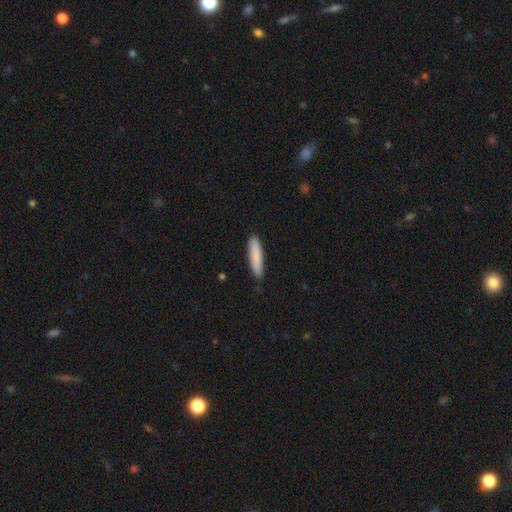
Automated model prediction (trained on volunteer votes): The model was most divided on "how rounded": cigar-shaped: 86%, in between: 13%, round: 1%. More confident: merging — none (88%); smooth or featured — smooth (86%).